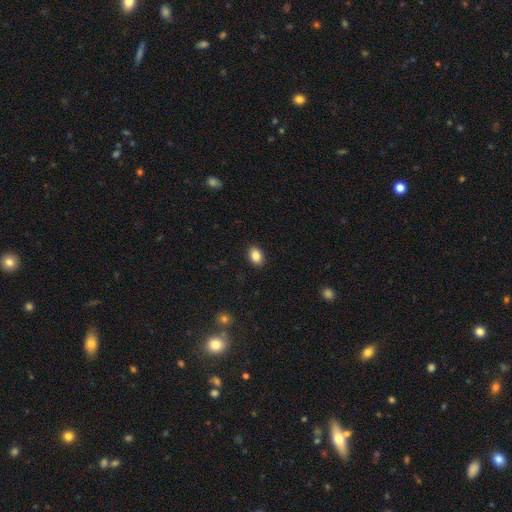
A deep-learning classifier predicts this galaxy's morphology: A smooth galaxy with no disk features (87%) that is in between round and cigar-shaped (78%).

Vote fractions:
- Smooth or featured? smooth: 87% / star or artifact: 9% / featured or disk: 5%
- How rounded? in between: 78% / round: 21% / cigar-shaped: 1%
- Merging? none: 89% / minor disturbance: 8% / major disturbance: 2% / merger: 1%